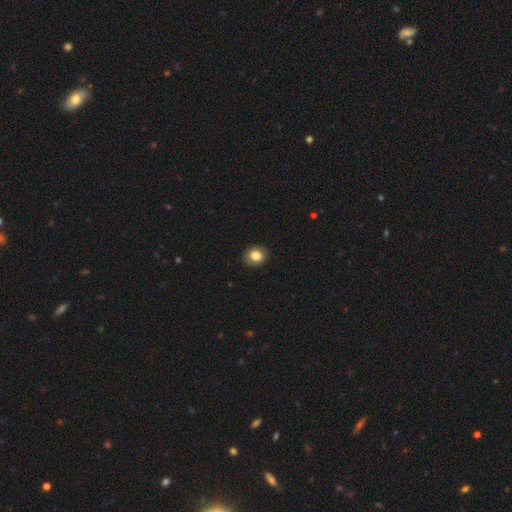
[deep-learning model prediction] This is clearly a smooth galaxy (83%). How rounded: likely round (65%). Merging: clearly none (89%).